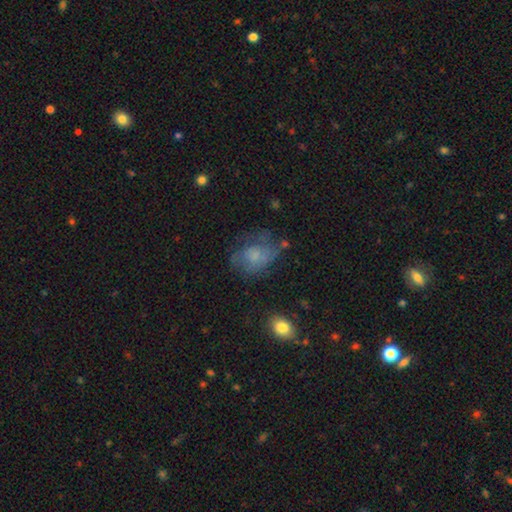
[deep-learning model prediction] A smooth galaxy with no disk features (46%). Merging: none (46%).